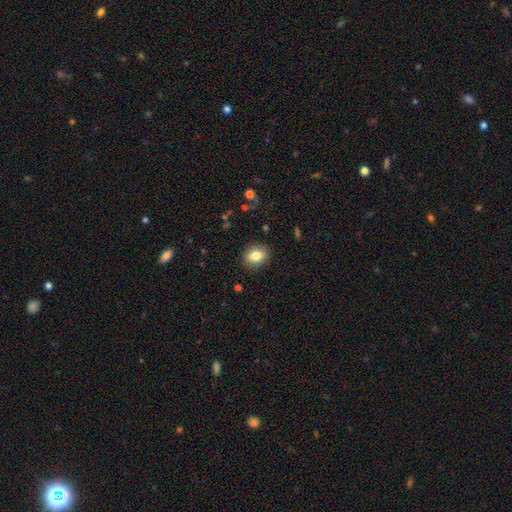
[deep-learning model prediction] Morphology: type=smooth (82%); roundness=in between (51%); merging=none (88%).